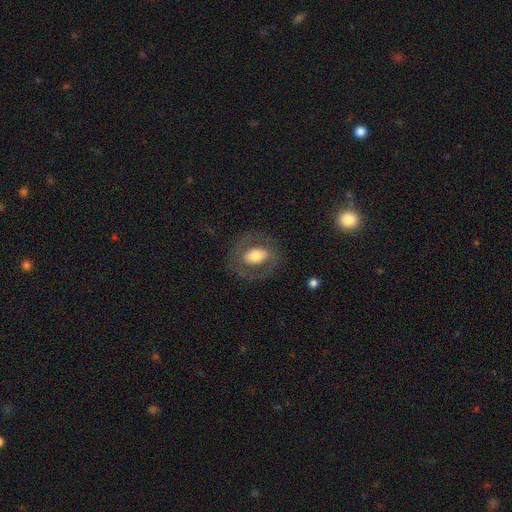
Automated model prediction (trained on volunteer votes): Morphology: type=smooth (48%); merging=none (76%).